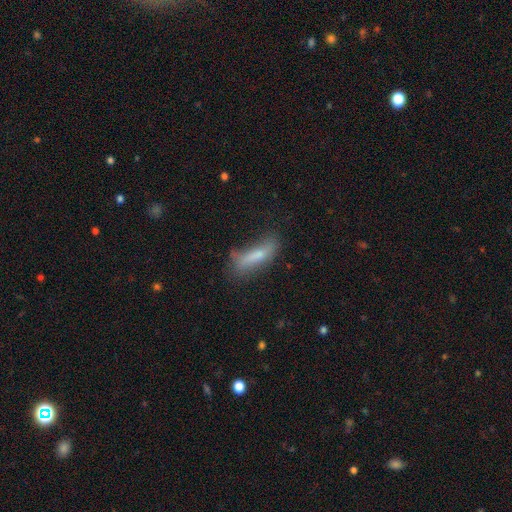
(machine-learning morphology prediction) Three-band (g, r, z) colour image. It shows a smooth galaxy with no disk features (67%) that is cigar-shaped (59%). Merging: none (47%).